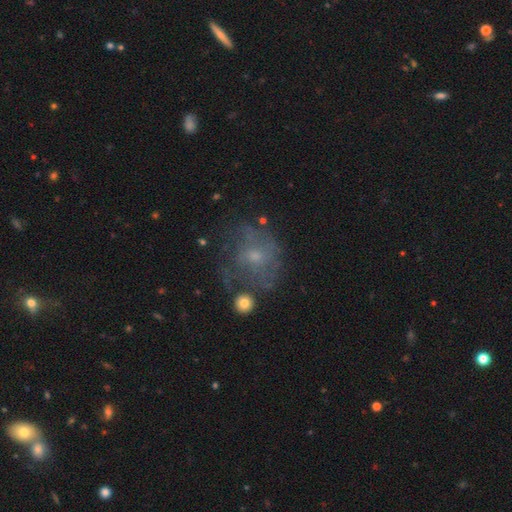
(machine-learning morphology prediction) type=featured or disk (56%); edge-on=no (97%); bar=no (72%); spiral arms=yes (55%); bulge=small (57%); merging=none (53%).